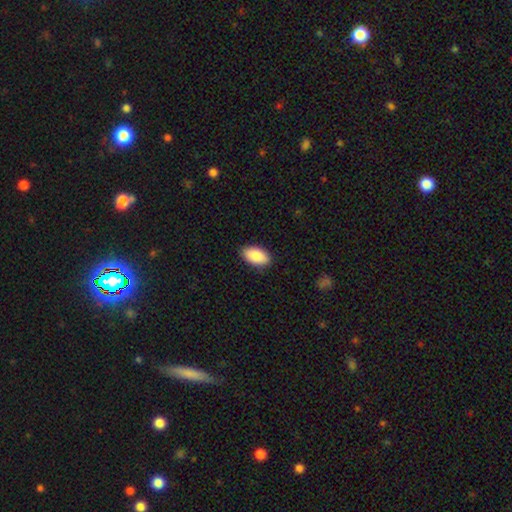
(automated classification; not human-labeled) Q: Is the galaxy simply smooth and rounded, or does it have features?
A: smooth — 88%.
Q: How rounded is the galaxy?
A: in between — 95%.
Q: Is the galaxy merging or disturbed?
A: none — 89%.